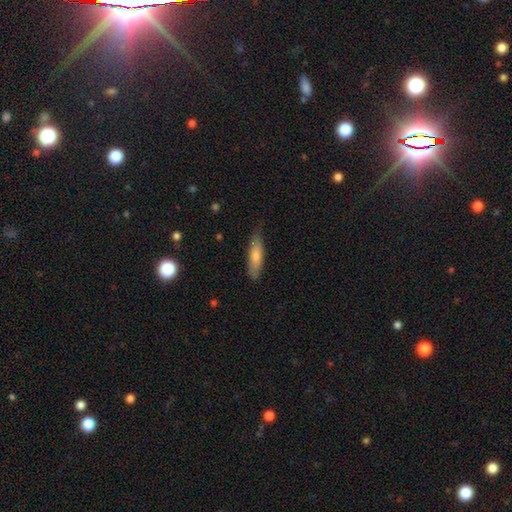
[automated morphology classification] Smooth or featured? smooth (69%)
How rounded? cigar-shaped (73%)
Merging? none (81%)